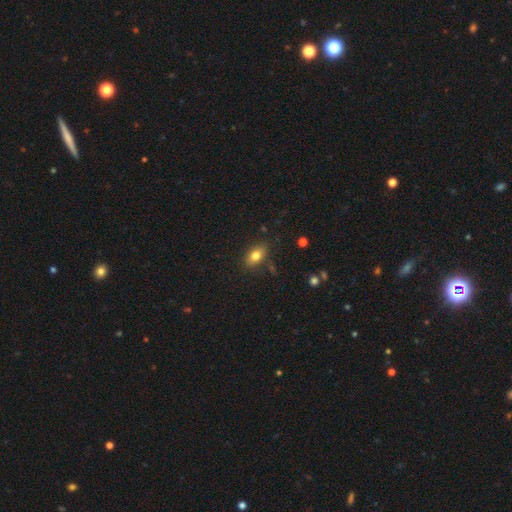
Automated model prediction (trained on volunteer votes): Morphology: type=smooth (78%); roundness=in between (84%); merging=none (82%).